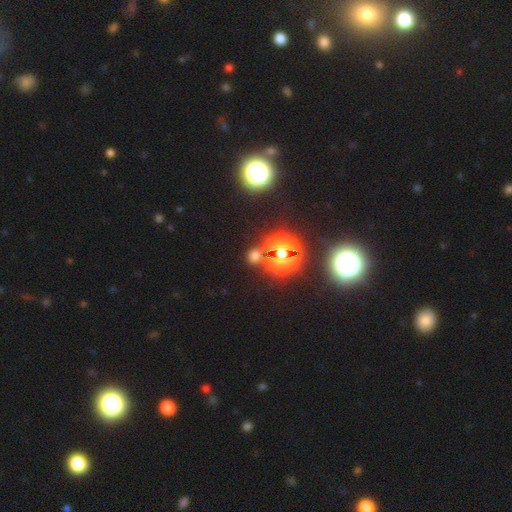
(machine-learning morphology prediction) The model was most divided on "smooth or featured": smooth: 49%, star or artifact: 44%, featured or disk: 7%. More confident: merging — none (76%).